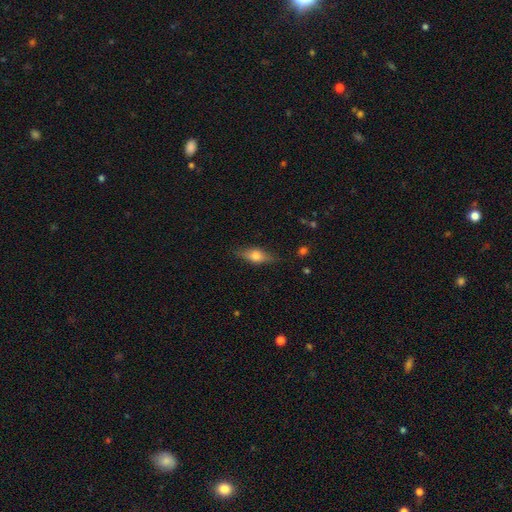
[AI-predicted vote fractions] Q: Smooth or featured?
A: smooth (56%); runner-up: featured or disk (37%)
Q: How rounded?
A: in between (67%); runner-up: cigar-shaped (27%)
Q: Merging?
A: none (81%); runner-up: minor disturbance (15%)